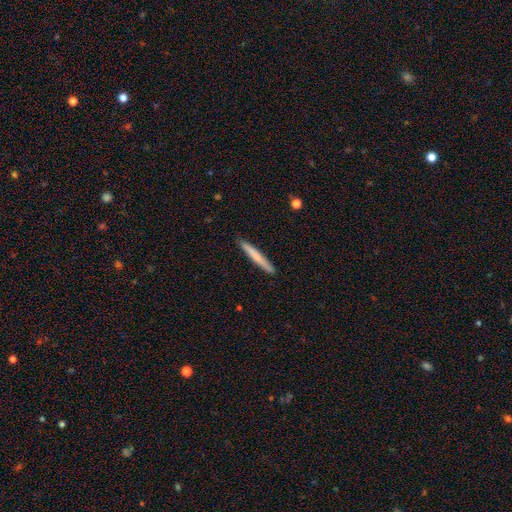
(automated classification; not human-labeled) Smooth or featured: smooth — 70% (featured or disk — 25%)
How rounded: cigar-shaped — 97% (in between — 2%)
Merging: none — 90% (minor disturbance — 7%)